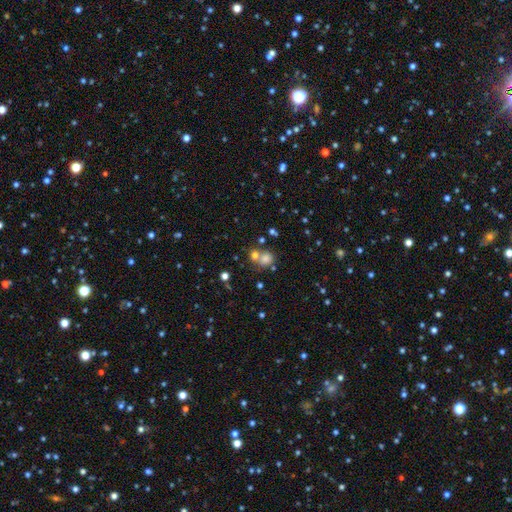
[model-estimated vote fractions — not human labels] Smooth or featured? Predicted: smooth (p=0.71). How rounded? Predicted: round (p=0.78). Merging? Predicted: none (p=0.52).